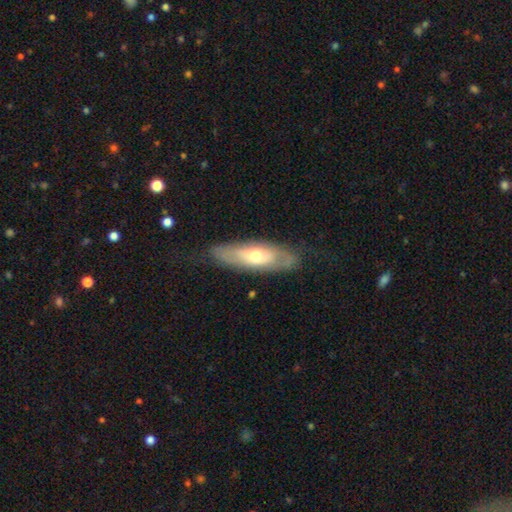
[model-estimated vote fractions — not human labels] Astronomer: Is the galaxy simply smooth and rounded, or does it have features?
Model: featured or disk — 54% (runner-up: smooth, 41%).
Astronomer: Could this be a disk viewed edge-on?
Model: no — 67%.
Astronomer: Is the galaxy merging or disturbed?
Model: none — 72%.